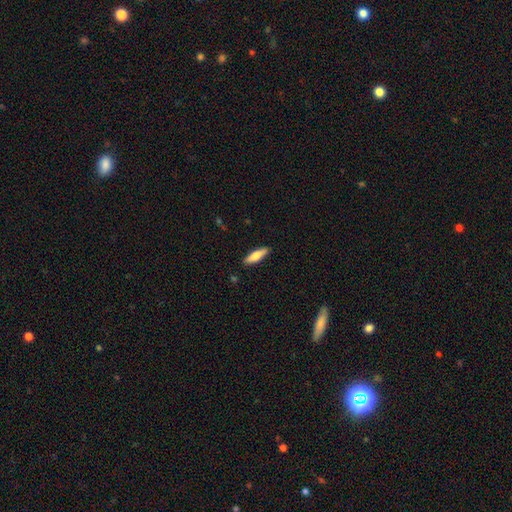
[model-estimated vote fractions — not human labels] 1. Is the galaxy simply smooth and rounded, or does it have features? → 71% smooth, 24% featured or disk, 5% star or artifact.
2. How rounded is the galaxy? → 59% cigar-shaped, 39% in between, 2% round.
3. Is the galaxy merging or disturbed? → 89% none, 8% minor disturbance, 2% major disturbance, 1% merger.